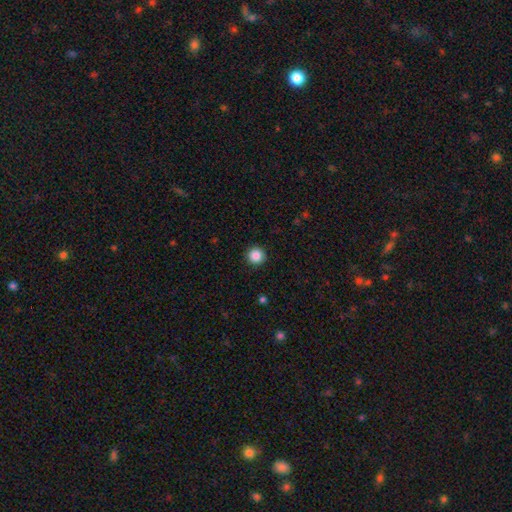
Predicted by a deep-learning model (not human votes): A smooth galaxy with no disk features (87%) that is round (96%). Merging: none (93%).